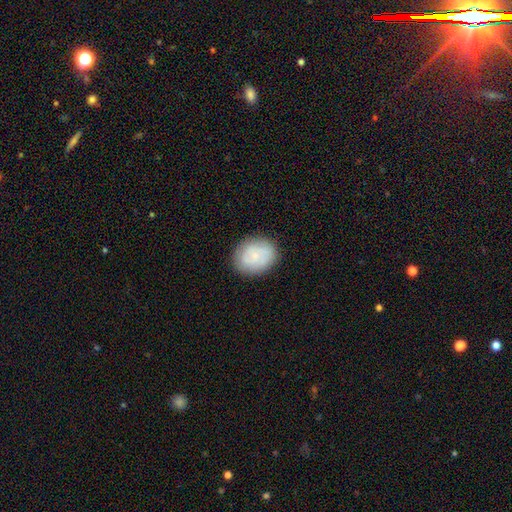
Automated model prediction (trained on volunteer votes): Smooth or featured: smooth — 70% (featured or disk — 22%)
How rounded: round — 52% (in between — 47%)
Merging: none — 84% (minor disturbance — 12%)